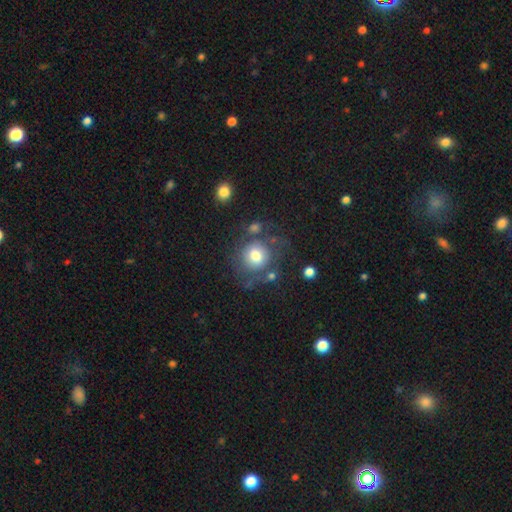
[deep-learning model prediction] Morphology: type=smooth (70%); roundness=round (87%); merging=none (60%).